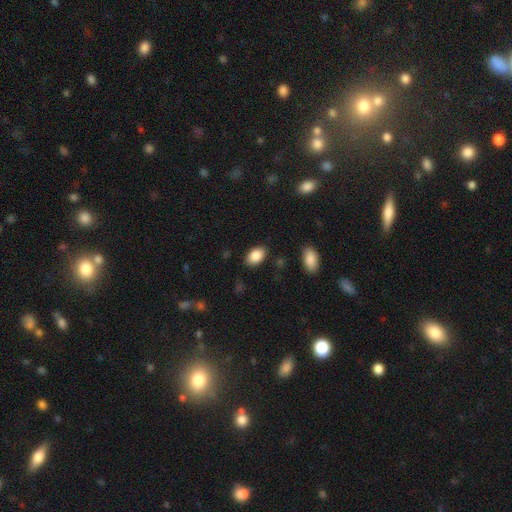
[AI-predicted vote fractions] smooth 87%, star or artifact 7%, featured or disk 5%. Down the decision tree: how rounded — in between (88%); merging — none (85%).